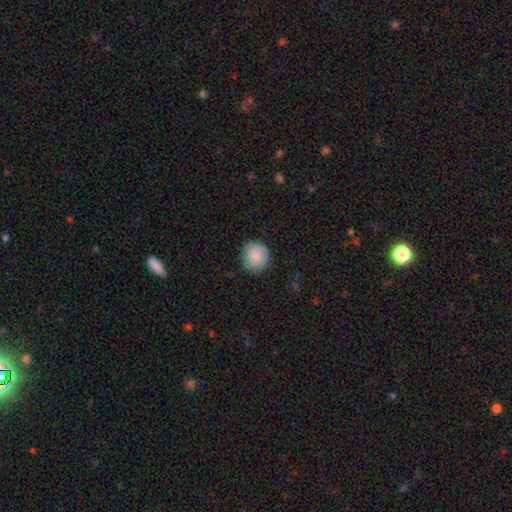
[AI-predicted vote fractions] Smooth or featured? smooth (87%)
How rounded? round (84%)
Merging? none (84%)